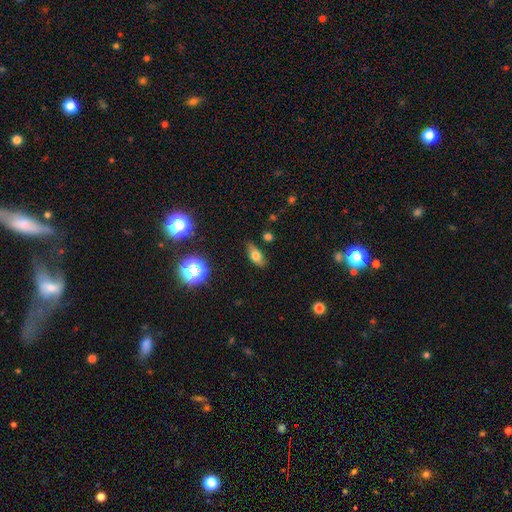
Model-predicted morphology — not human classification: Smooth or featured? smooth (68%)
How rounded? in between (81%)
Merging? none (76%)